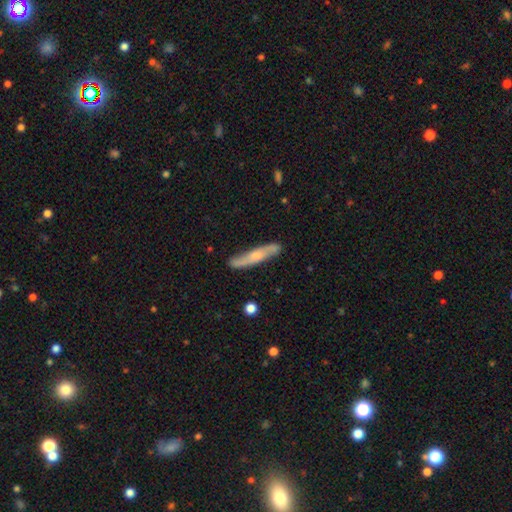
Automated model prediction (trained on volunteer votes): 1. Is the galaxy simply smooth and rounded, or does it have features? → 49% featured or disk, 45% smooth, 6% star or artifact.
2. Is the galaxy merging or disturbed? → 82% none, 14% minor disturbance, 2% major disturbance, 2% merger.